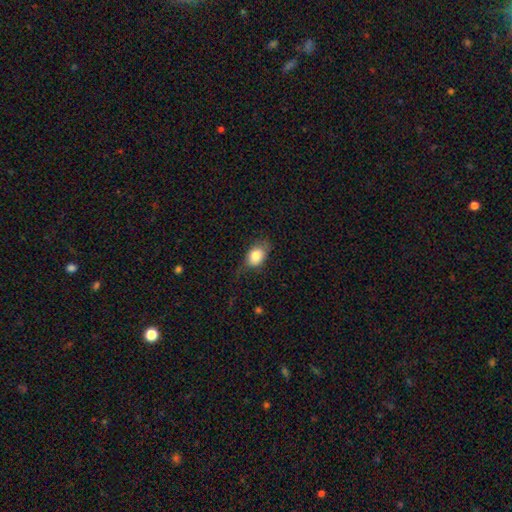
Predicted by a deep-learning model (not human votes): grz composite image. It shows a smooth galaxy with no disk features (80%) that is in between round and cigar-shaped (79%). Merging: none (59%).